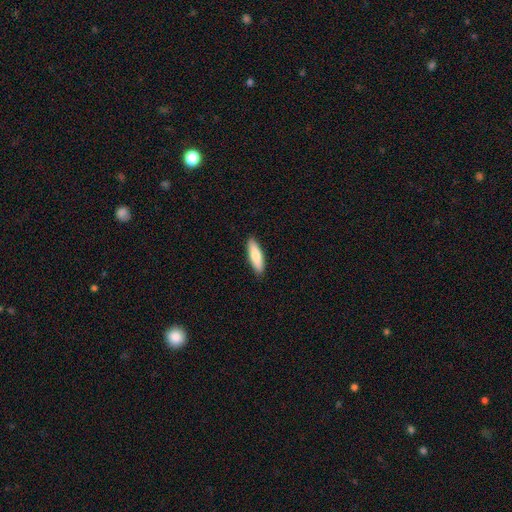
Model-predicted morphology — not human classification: This appears to be a smooth galaxy with no disk features (79%) that is cigar-shaped (59%). Merging: none (90%).